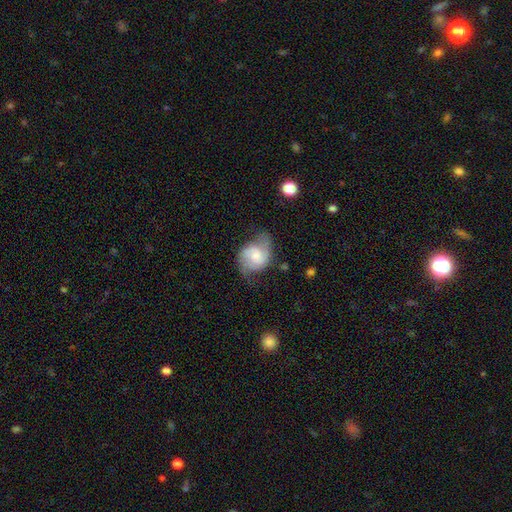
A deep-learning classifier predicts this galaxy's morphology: A featured or disk galaxy (63%) with no bar (51%), 2 (84%) medium (47%) spiral arms (90%) and a moderate central bulge (49%). Merging: none (51%).